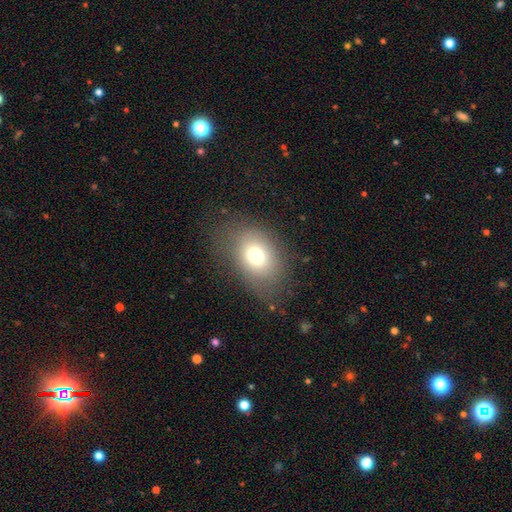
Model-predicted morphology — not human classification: Smooth or featured? smooth (71%)
How rounded? in between (66%)
Merging? none (74%)